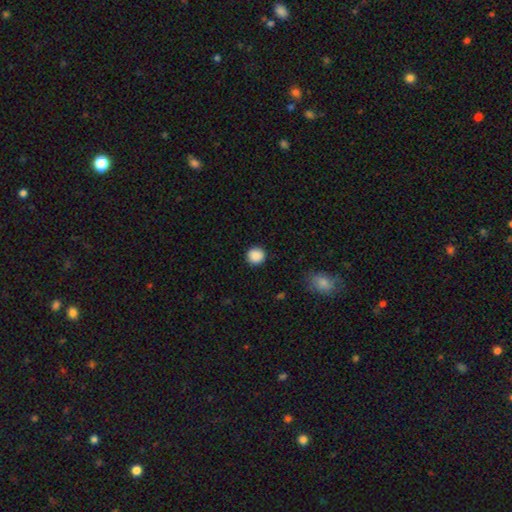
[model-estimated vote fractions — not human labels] Q: Smooth or featured?
A: smooth (89%); runner-up: star or artifact (9%)
Q: How rounded?
A: round (92%); runner-up: in between (7%)
Q: Merging?
A: none (90%); runner-up: minor disturbance (6%)